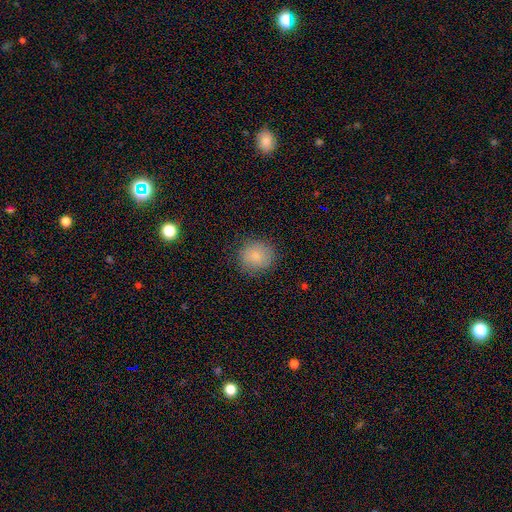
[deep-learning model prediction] smooth-or-featured: smooth: 82% | star or artifact: 10% | featured or disk: 8%
  how-rounded: round: 87% | in between: 12% | cigar-shaped: 1%
  merging: none: 87% | minor disturbance: 10% | major disturbance: 3% | merger: 1%